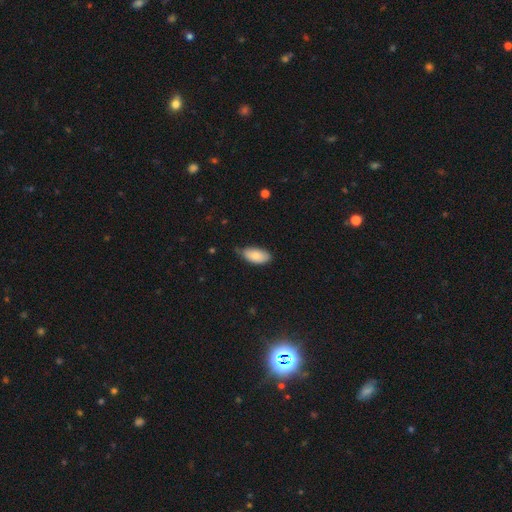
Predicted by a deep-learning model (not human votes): Smooth or featured? smooth (82%)
How rounded? in between (93%)
Merging? none (62%)